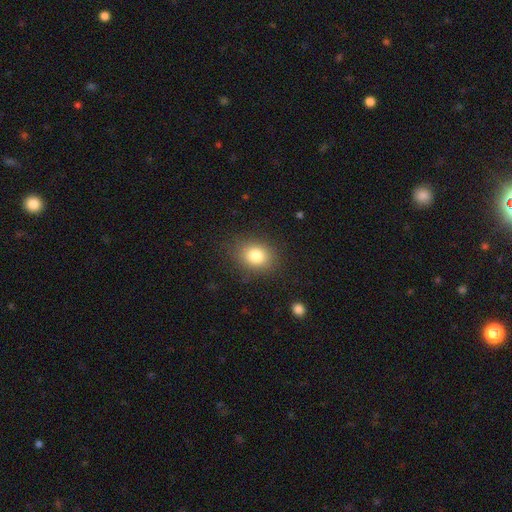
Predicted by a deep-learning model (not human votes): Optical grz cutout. It shows a smooth galaxy with no disk features (81%) that is round (51%). Merging: none (84%).